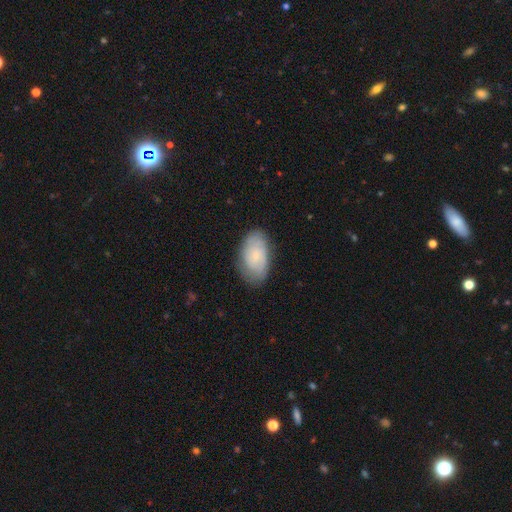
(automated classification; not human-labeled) smooth 50%, featured or disk 43%, star or artifact 7%. Down the decision tree: merging — none (76%).